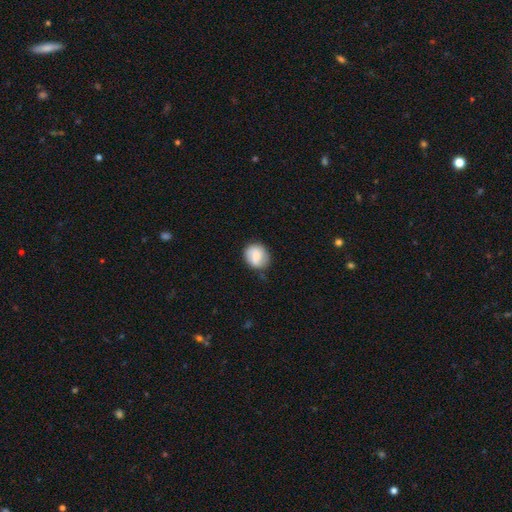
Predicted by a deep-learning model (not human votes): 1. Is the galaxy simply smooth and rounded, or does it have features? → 81% smooth, 12% featured or disk, 7% star or artifact.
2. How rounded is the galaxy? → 74% round, 25% in between, 1% cigar-shaped.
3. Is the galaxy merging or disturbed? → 74% none, 20% minor disturbance, 4% major disturbance, 2% merger.